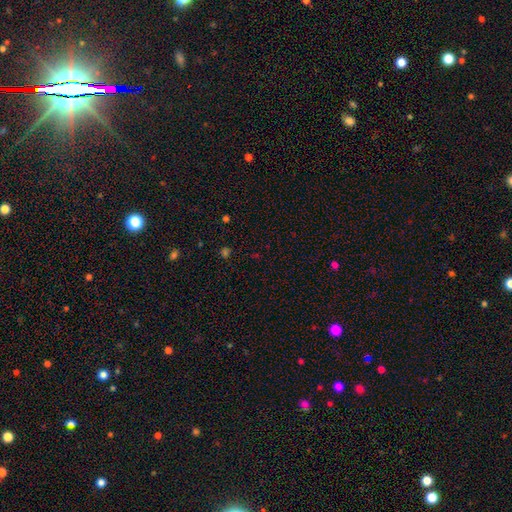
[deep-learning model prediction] Smooth or featured? Predicted: star or artifact (p=0.54).